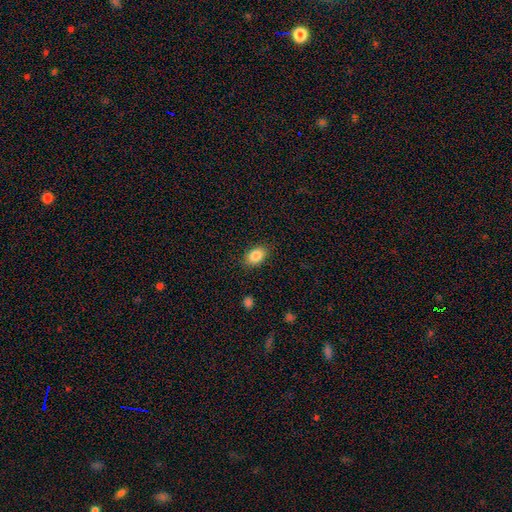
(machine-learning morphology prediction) A smooth galaxy with no disk features (86%) that is in between round and cigar-shaped (85%).

Vote fractions:
- Smooth or featured? smooth: 86% / star or artifact: 8% / featured or disk: 6%
- How rounded? in between: 85% / round: 13% / cigar-shaped: 1%
- Merging? none: 86% / minor disturbance: 10% / major disturbance: 3% / merger: 1%